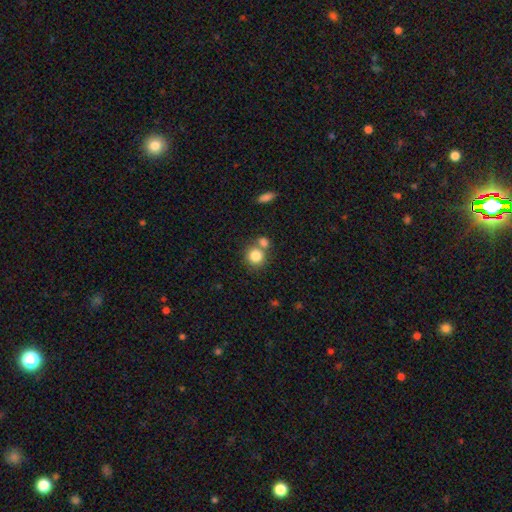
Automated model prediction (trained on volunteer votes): smooth-or-featured: smooth: 82% | star or artifact: 10% | featured or disk: 8%
  how-rounded: round: 87% | in between: 12% | cigar-shaped: 1%
  merging: none: 55% | merger: 34% | minor disturbance: 8% | major disturbance: 3%